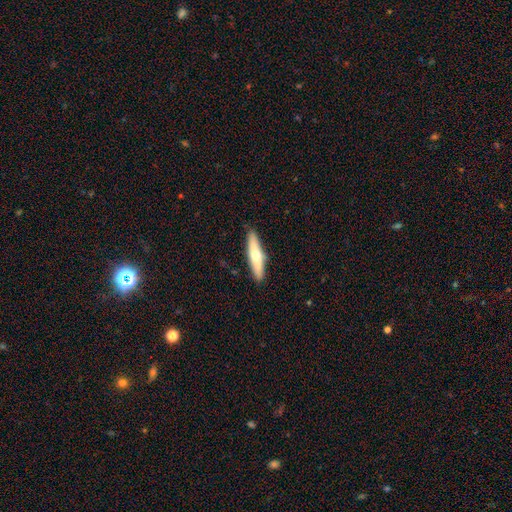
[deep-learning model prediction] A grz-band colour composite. It shows a smooth galaxy with no disk features (54%) that is cigar-shaped (83%). Merging: none (88%).